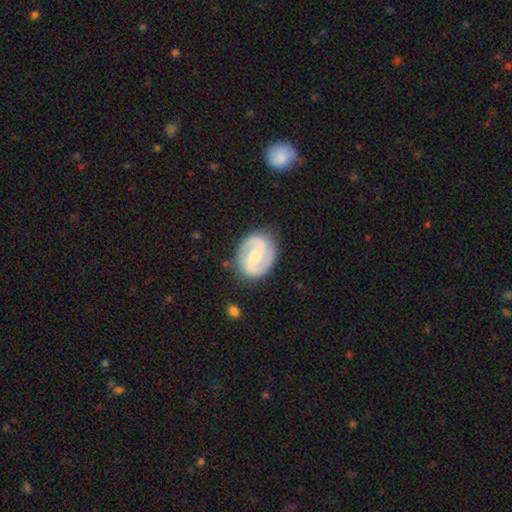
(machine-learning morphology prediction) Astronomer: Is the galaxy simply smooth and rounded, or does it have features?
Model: featured or disk — 85%.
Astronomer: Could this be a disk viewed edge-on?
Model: no — 98%.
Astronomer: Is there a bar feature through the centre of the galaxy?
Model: weak — 45% (runner-up: strong, 30%).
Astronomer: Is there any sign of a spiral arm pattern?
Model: yes — 95%.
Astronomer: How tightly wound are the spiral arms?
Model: medium — 52%.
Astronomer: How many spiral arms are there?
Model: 2 — 92%.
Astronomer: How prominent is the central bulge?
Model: small — 52% (runner-up: moderate, 42%).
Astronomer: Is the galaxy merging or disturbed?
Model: none — 85%.